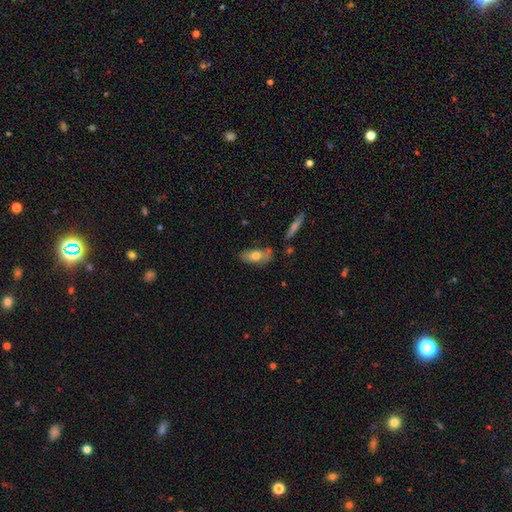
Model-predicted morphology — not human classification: A smooth galaxy with no disk features (65%) that is in between round and cigar-shaped (79%). Merging: none (65%).